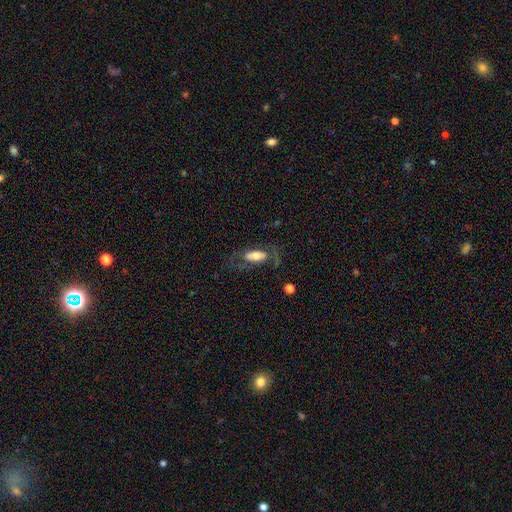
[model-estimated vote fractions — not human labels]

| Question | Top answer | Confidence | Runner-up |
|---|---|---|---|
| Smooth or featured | smooth | 54% | featured or disk (39%) |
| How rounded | in between | 81% | cigar-shaped (15%) |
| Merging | none | 56% | major disturbance (23%) |